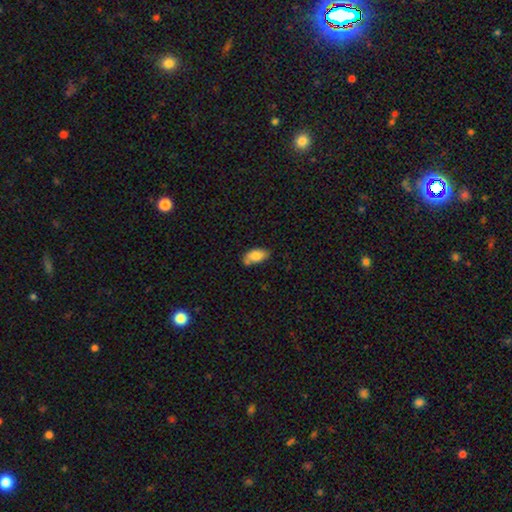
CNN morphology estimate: A smooth galaxy with no disk features (81%) that is in between round and cigar-shaped (93%). Merging: none (62%).